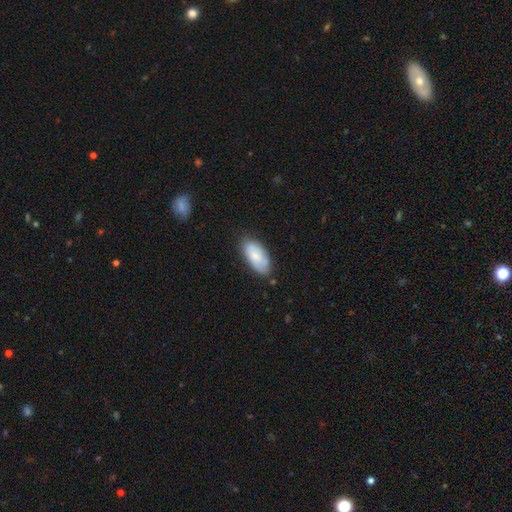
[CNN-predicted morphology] This is likely a smooth galaxy (66%). How rounded: clearly in between (91%). Merging: likely none (74%).